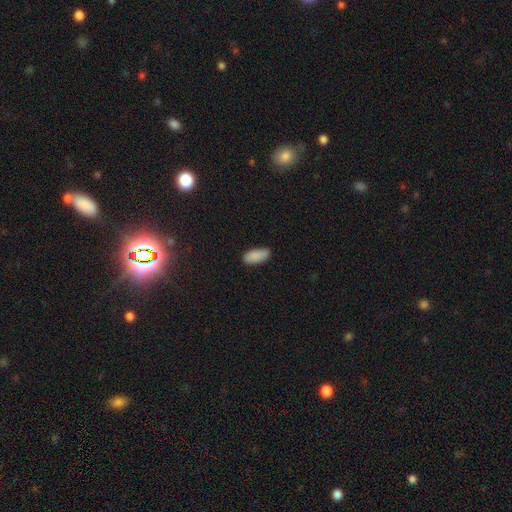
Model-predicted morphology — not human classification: Overall: smooth (89%). How rounded: in between (88%). Merging: none (81%).